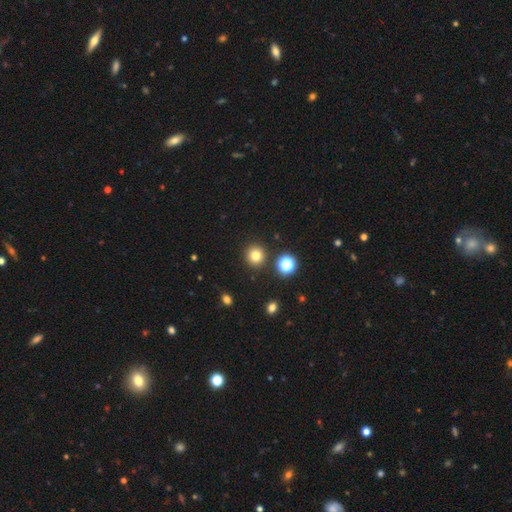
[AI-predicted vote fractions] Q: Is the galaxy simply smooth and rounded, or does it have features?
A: smooth — 78%.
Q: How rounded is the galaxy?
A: round — 93%.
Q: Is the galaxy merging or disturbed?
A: none — 89%.